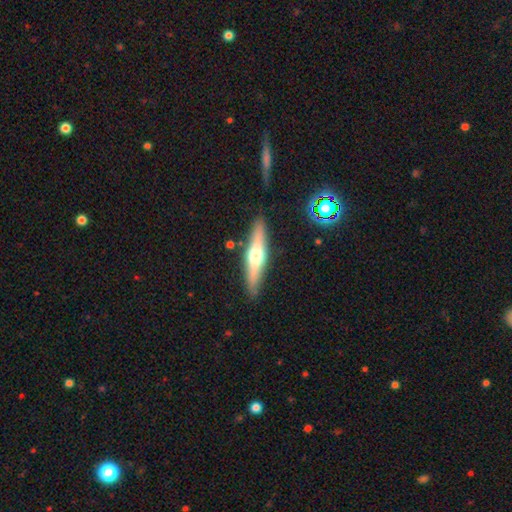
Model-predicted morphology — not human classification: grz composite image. It shows a featured or disk galaxy (53%) viewed edge-on (92%). Merging: none (88%).